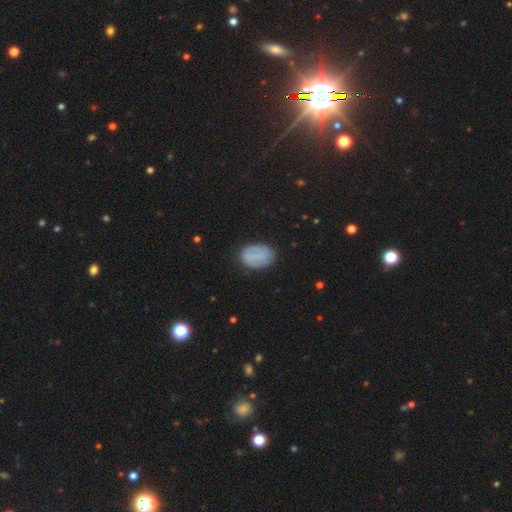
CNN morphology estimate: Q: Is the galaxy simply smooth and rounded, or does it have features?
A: smooth — 62%.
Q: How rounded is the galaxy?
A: in between — 83%.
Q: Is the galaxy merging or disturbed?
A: none — 80%.